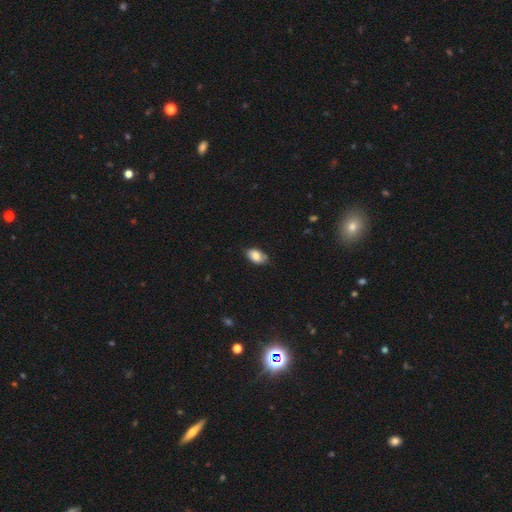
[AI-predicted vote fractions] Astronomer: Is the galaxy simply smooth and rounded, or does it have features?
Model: smooth — 81%.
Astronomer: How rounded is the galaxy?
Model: in between — 91%.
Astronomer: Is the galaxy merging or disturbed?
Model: none — 74%.